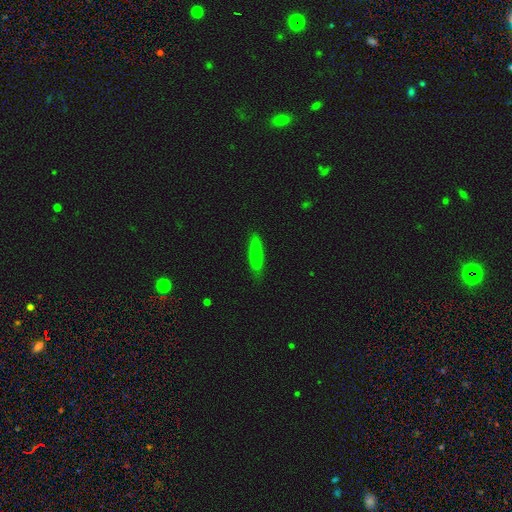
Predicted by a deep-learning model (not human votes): smooth 79%, featured or disk 14%, star or artifact 7%. Down the decision tree: how rounded — cigar-shaped (72%); merging — none (79%).